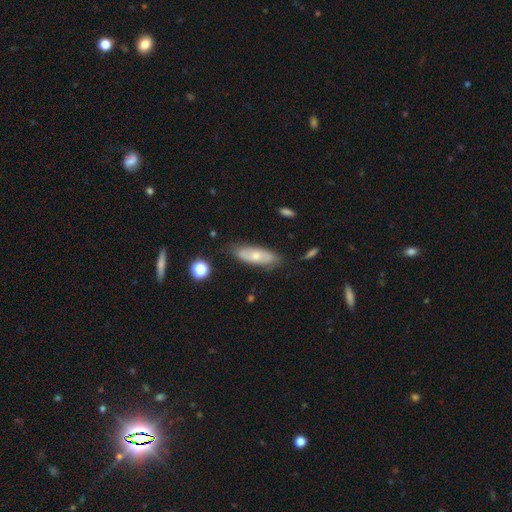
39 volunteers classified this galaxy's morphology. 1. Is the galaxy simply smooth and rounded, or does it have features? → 64% featured or disk, 26% smooth, 10% star or artifact.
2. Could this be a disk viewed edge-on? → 72% no, 28% yes.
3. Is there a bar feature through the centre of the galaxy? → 89% no, 6% strong, 6% weak.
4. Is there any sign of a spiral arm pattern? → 72% no, 28% yes.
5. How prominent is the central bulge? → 50% moderate, 44% small, 6% large, 0% dominant, 0% none.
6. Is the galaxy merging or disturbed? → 69% none, 23% minor disturbance, 6% major disturbance, 3% merger.